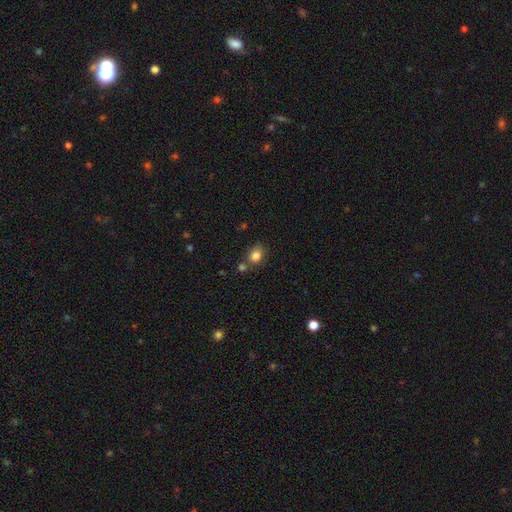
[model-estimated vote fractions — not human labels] Smooth or featured: smooth — 83% (star or artifact — 11%)
How rounded: round — 51% (in between — 48%)
Merging: none — 66% (merger — 16%)